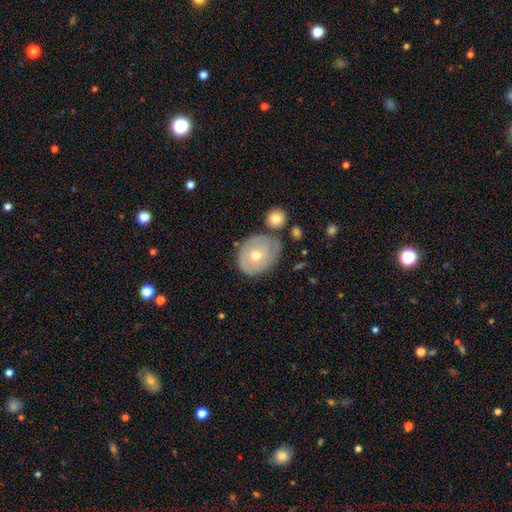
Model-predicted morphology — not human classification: Q: Smooth or featured?
A: featured or disk (47%); runner-up: smooth (46%)
Q: Merging?
A: none (62%); runner-up: minor disturbance (22%)